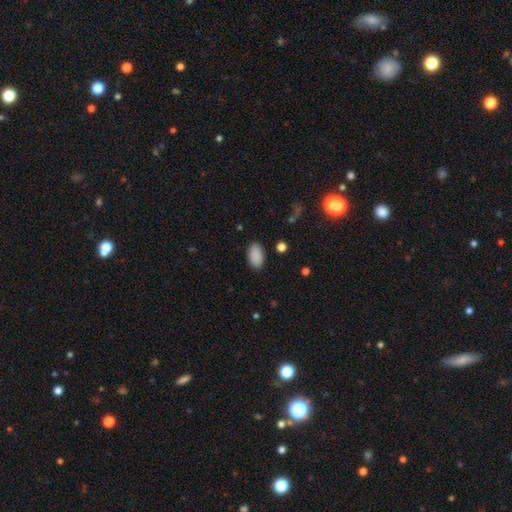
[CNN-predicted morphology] smooth-or-featured: smooth: 90% | star or artifact: 7% | featured or disk: 3%
  how-rounded: in between: 94% | round: 4% | cigar-shaped: 2%
  merging: none: 88% | minor disturbance: 9% | major disturbance: 2% | merger: 1%